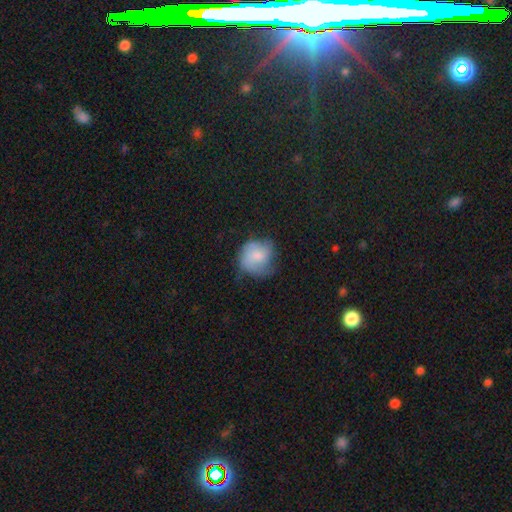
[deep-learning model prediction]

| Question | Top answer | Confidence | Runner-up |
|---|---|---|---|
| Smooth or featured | smooth | 65% | featured or disk (27%) |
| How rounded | round | 78% | in between (21%) |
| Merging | none | 48% | minor disturbance (33%) |